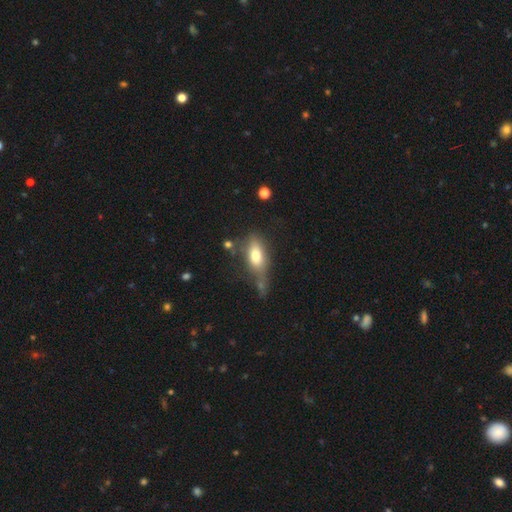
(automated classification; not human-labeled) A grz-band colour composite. It shows a smooth galaxy with no disk features (72%) that is in between round and cigar-shaped (79%). Merging: none (40%).